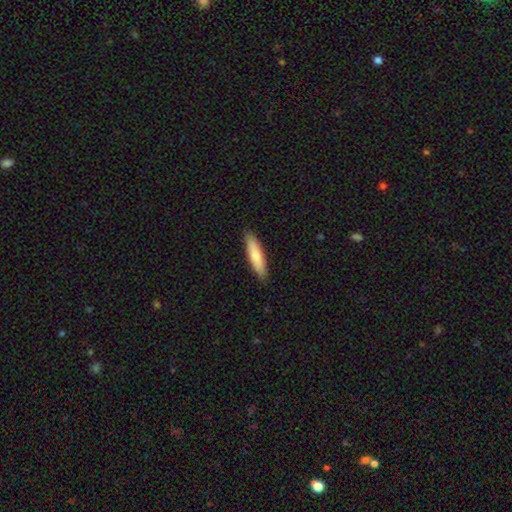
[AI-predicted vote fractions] This is likely a smooth galaxy (77%). How rounded: likely cigar-shaped (78%). Merging: clearly none (90%).